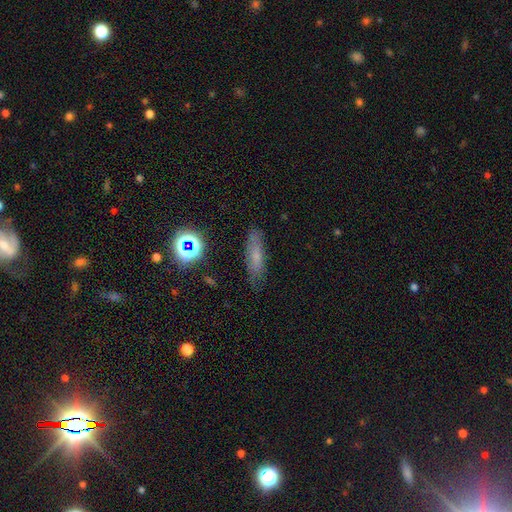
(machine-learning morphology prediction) Smooth or featured?
  - smooth: 60% *
  - featured or disk: 24%
  - star or artifact: 16%
How rounded?
  - cigar-shaped: 54% *
  - in between: 41%
  - round: 4%
Merging?
  - none: 76% *
  - minor disturbance: 18%
  - major disturbance: 4%
  - merger: 2%